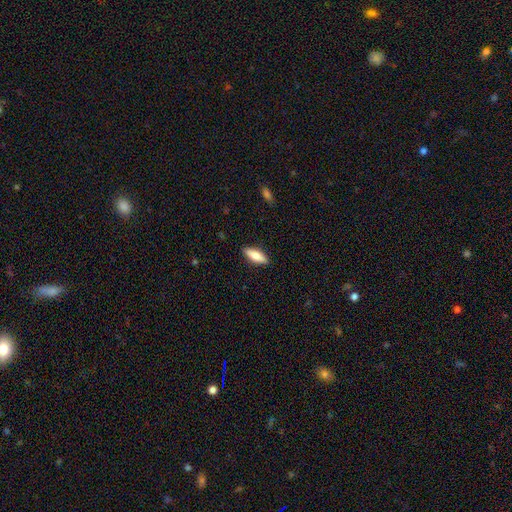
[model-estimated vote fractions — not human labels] Morphology: type=smooth (73%); roundness=in between (60%); merging=none (88%).